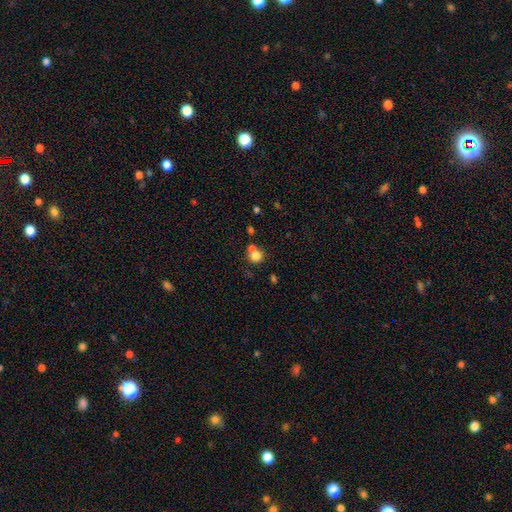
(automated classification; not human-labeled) This appears to be a smooth galaxy with no disk features (77%) that is round (86%). Merging: none (48%).